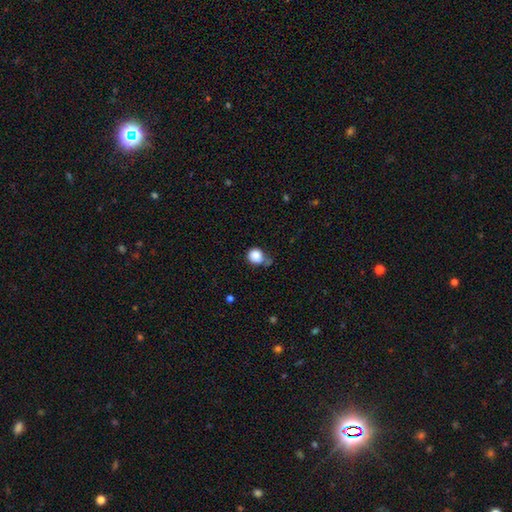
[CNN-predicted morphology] smooth_or_featured: smooth (p=0.87) [alt: star or artifact p=0.09]
how_rounded: round (p=0.83) [alt: in between p=0.16]
merging: none (p=0.50) [alt: minor disturbance p=0.28]